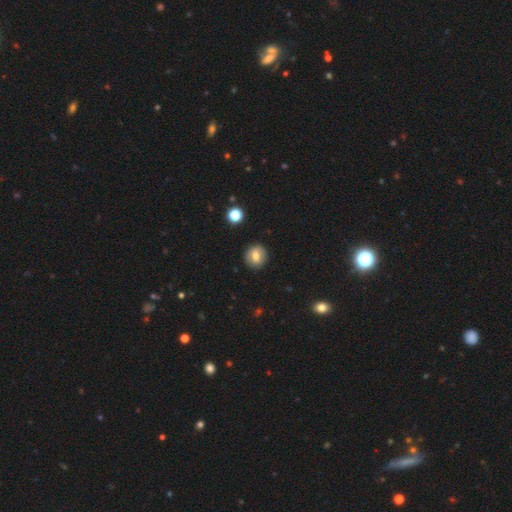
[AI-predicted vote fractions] Overall: smooth (71%). How rounded: round (82%). Merging: none (88%).